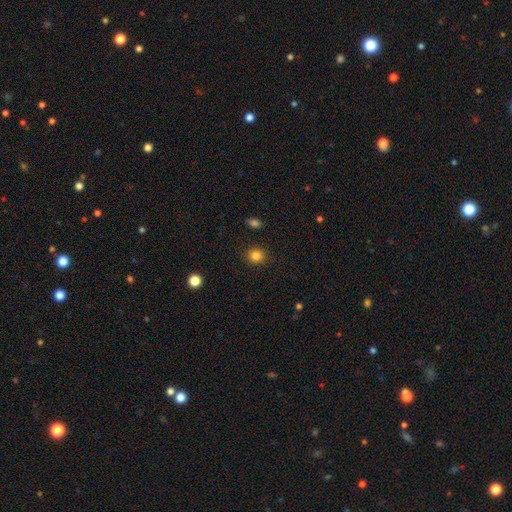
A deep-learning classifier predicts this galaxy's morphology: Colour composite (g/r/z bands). It shows a smooth galaxy with no disk features (83%) that is round (80%). Merging: none (89%).